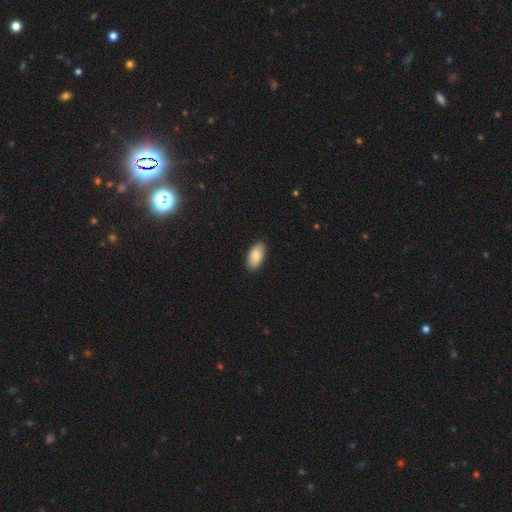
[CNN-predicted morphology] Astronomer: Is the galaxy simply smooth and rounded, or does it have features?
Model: smooth — 86%.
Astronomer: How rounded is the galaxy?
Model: in between — 95%.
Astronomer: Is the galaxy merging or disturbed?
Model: none — 88%.